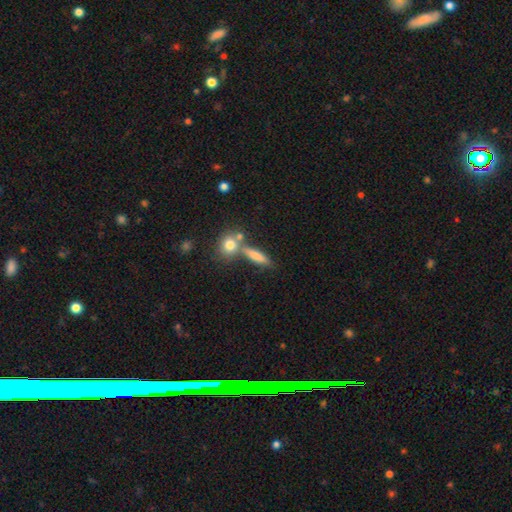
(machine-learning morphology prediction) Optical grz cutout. It shows a smooth galaxy with no disk features (76%) that is cigar-shaped (58%). Merging: none (59%).